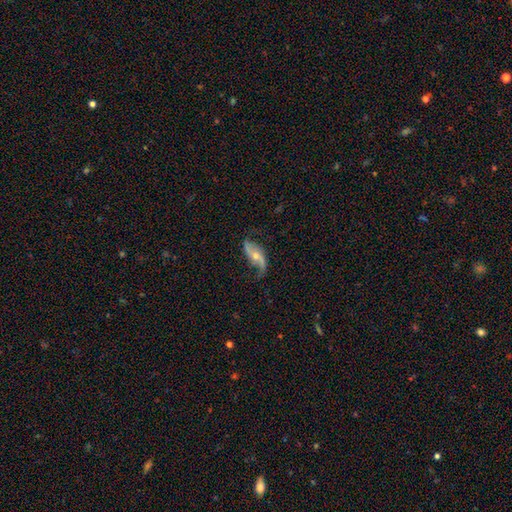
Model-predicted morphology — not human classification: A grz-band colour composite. It shows a featured or disk galaxy (83%) with no bar (54%), 2 (91%) loose (80%) spiral arms (94%) and a moderate central bulge (51%). Merging: none (70%).